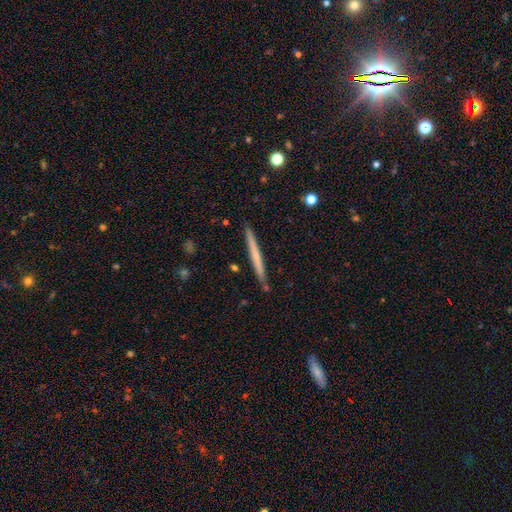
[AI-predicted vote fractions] Smooth or featured: smooth — 52% (featured or disk — 42%)
How rounded: cigar-shaped — 97% (in between — 2%)
Merging: none — 89% (minor disturbance — 8%)